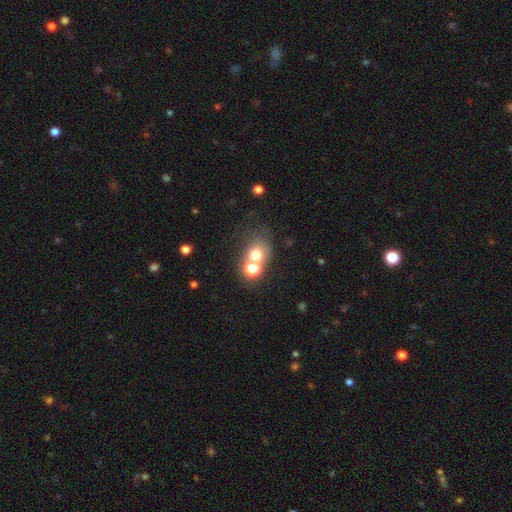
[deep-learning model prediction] smooth-or-featured: smooth: 66% | star or artifact: 17% | featured or disk: 17%
  how-rounded: round: 67% | in between: 32% | cigar-shaped: 1%
  merging: merger: 44% | none: 39% | minor disturbance: 10% | major disturbance: 7%